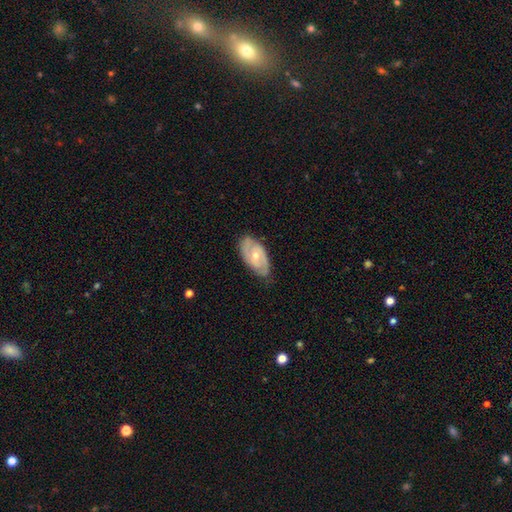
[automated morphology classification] Smooth or featured: featured or disk — 76% (smooth — 19%)
Edge-on disk: no — 95% (yes — 5%)
Bar: no — 54% (weak — 38%)
Spiral arms: yes — 90% (no — 10%)
Spiral winding: tight — 47% (medium — 42%)
Spiral arm count: 2 — 74% (can't tell — 14%)
Bulge size: moderate — 54% (small — 43%)
Merging: none — 75% (minor disturbance — 20%)